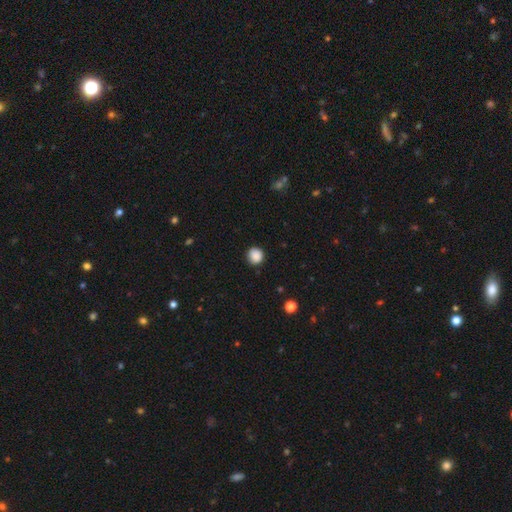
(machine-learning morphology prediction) A smooth galaxy with no disk features (87%) that is round (90%). Merging: none (88%).